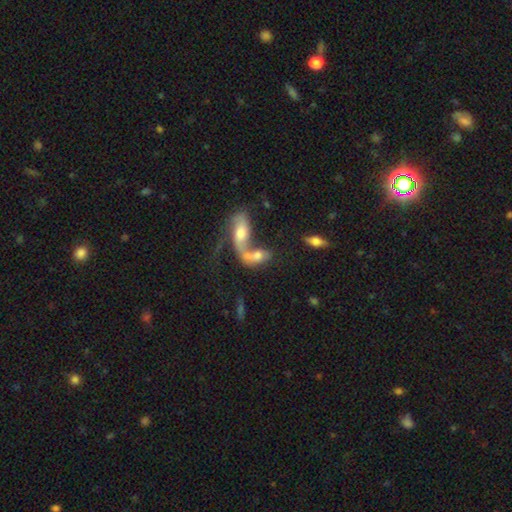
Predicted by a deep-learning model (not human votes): smooth_or_featured: smooth (p=0.50) [alt: featured or disk p=0.38]
how_rounded: in between (p=0.77) [alt: cigar-shaped p=0.12]
merging: merger (p=0.75) [alt: none p=0.13]